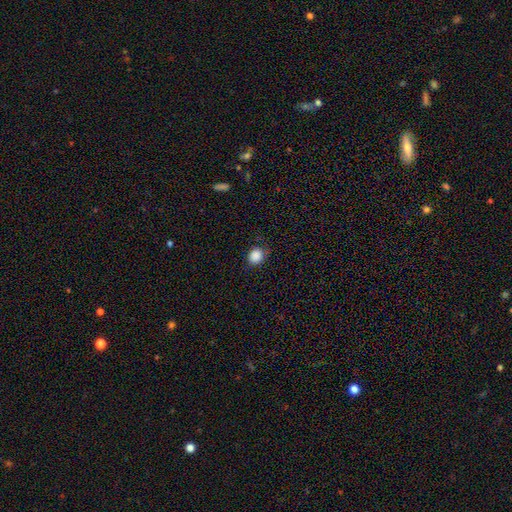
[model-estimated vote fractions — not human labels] smooth_or_featured: smooth (p=0.88) [alt: star or artifact p=0.09]
how_rounded: round (p=0.67) [alt: in between p=0.32]
merging: none (p=0.81) [alt: minor disturbance p=0.14]